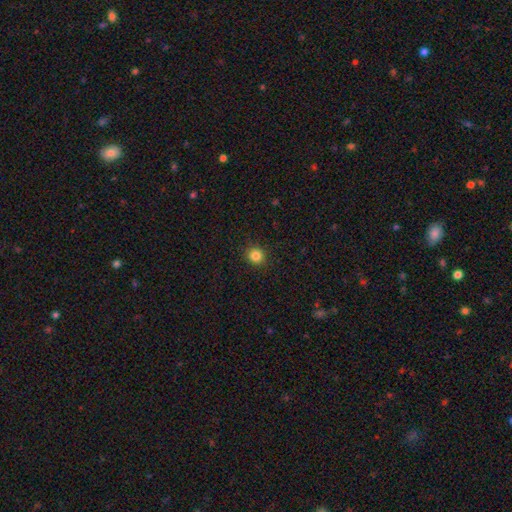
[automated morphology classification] A smooth galaxy with no disk features (84%) that is round (91%). Merging: none (91%).